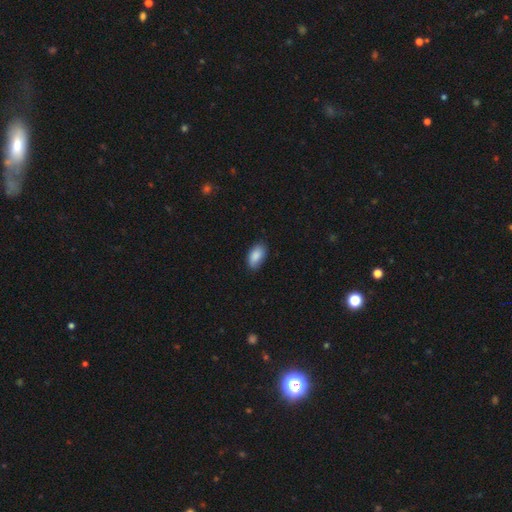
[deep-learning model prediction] smooth 89%, star or artifact 7%, featured or disk 5%. Down the decision tree: how rounded — in between (93%); merging — none (83%).